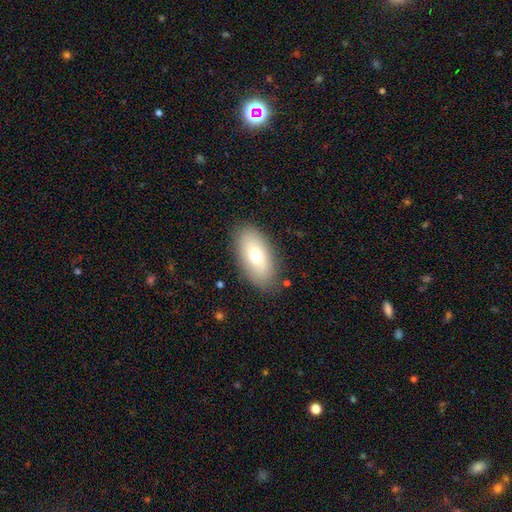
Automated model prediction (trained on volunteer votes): Smooth or featured: smooth — 70% (featured or disk — 22%)
How rounded: in between — 92% (cigar-shaped — 4%)
Merging: none — 84% (minor disturbance — 11%)